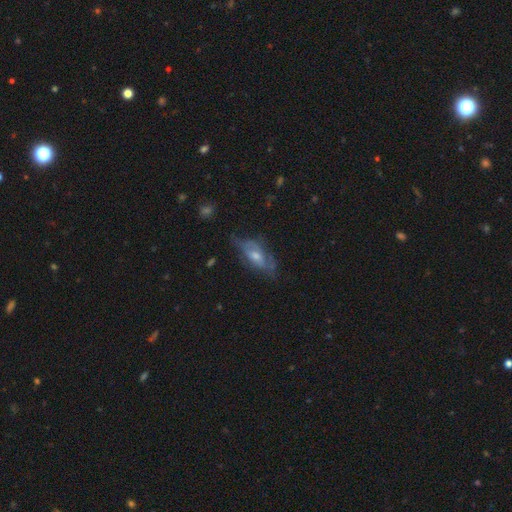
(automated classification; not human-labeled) This appears to be a featured or disk galaxy (60%). Merging: none (59%).